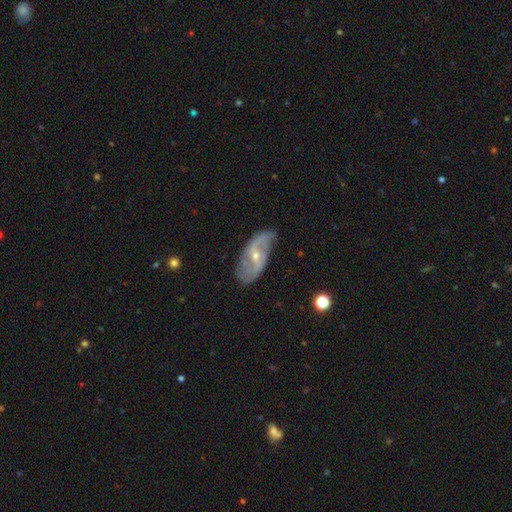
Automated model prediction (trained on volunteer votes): Overall: featured or disk (81%). Edge-on disk: no (92%). Bar: weak (45%; no 31%). Spiral arms: yes (89%). Spiral arm count: 2 (74%). Spiral winding: medium (40%; loose 38%). Bulge size: small (53%; moderate 44%). Merging: none (69%).